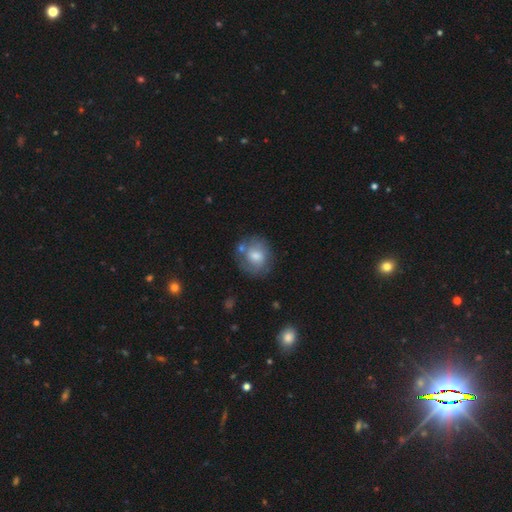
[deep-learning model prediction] Smooth or featured? smooth (57%)
How rounded? round (75%)
Merging? none (62%)